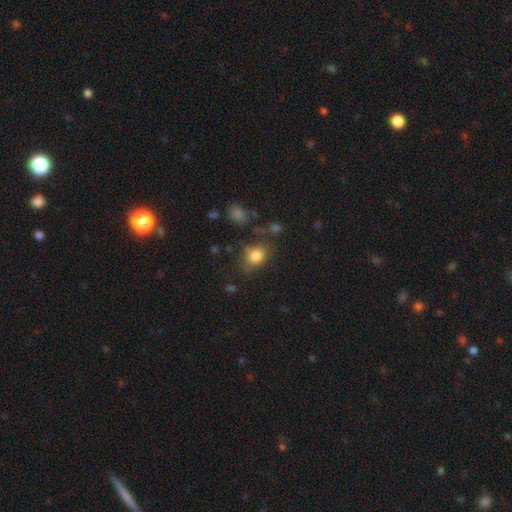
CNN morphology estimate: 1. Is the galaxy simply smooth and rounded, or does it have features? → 81% smooth, 11% star or artifact, 8% featured or disk.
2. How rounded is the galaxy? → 50% in between, 49% round, 1% cigar-shaped.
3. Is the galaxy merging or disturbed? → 66% none, 21% minor disturbance, 7% major disturbance, 5% merger.